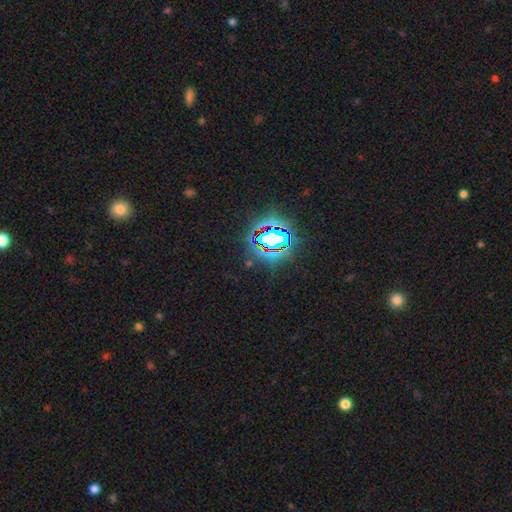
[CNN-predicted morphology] This appears to be a star or artifact, not a galaxy (84%).